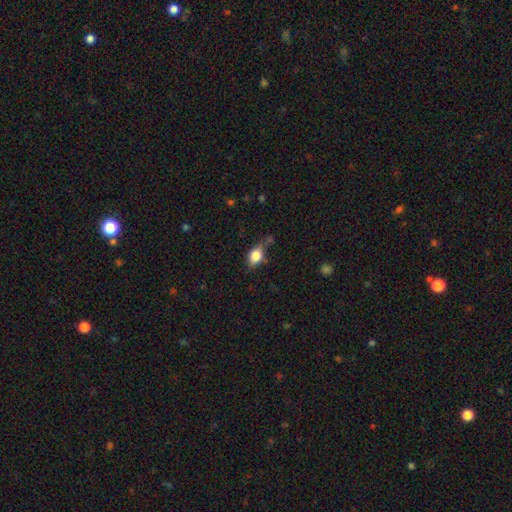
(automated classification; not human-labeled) A smooth galaxy with no disk features (75%) that is in between round and cigar-shaped (75%).

Vote fractions:
- Smooth or featured? smooth: 75% / featured or disk: 17% / star or artifact: 9%
- How rounded? in between: 75% / round: 19% / cigar-shaped: 6%
- Merging? none: 50% / minor disturbance: 32% / major disturbance: 12% / merger: 6%